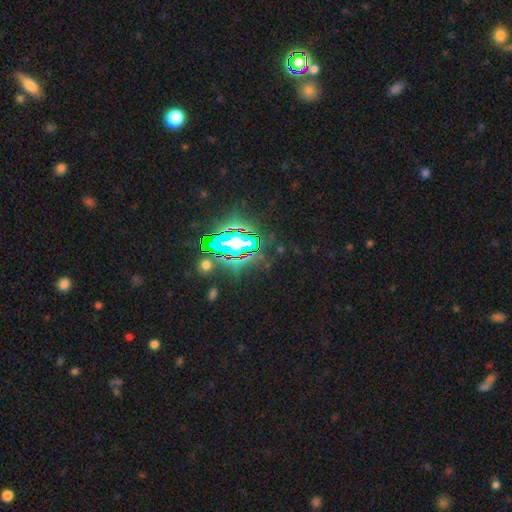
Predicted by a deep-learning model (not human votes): The model was most divided on "smooth or featured": star or artifact: 76%, featured or disk: 12%, smooth: 12%.